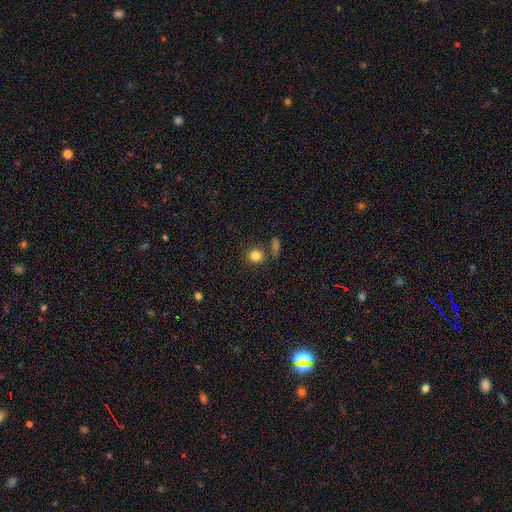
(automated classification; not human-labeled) smooth_or_featured: smooth (p=0.82) [alt: star or artifact p=0.11]
how_rounded: round (p=0.88) [alt: in between p=0.11]
merging: none (p=0.76) [alt: merger p=0.10]